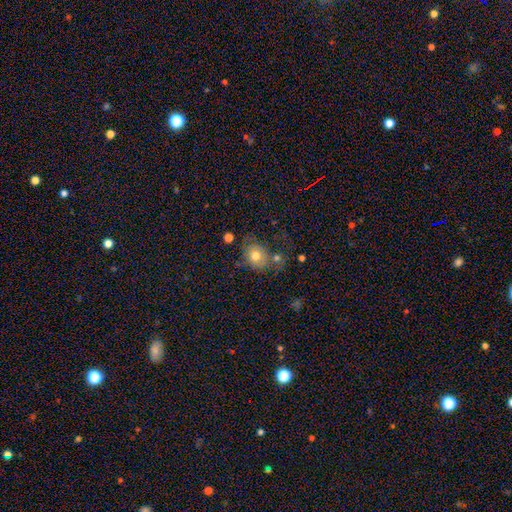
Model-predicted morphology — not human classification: This appears to be a smooth galaxy with no disk features (72%) that is round (60%). Merging: none (51%).